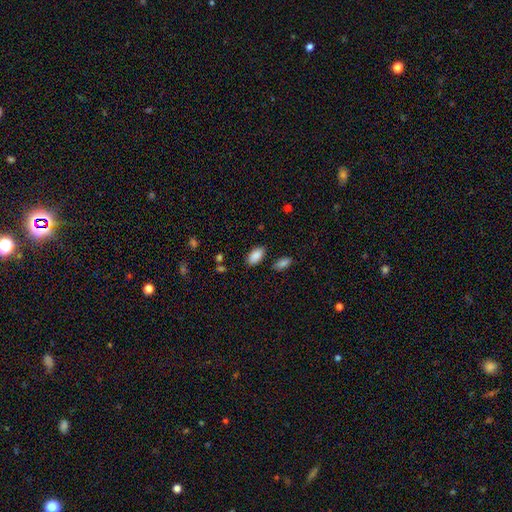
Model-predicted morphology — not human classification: smooth_or_featured: smooth (p=0.88) [alt: star or artifact p=0.08]
how_rounded: in between (p=0.93) [alt: round p=0.04]
merging: none (p=0.82) [alt: minor disturbance p=0.12]